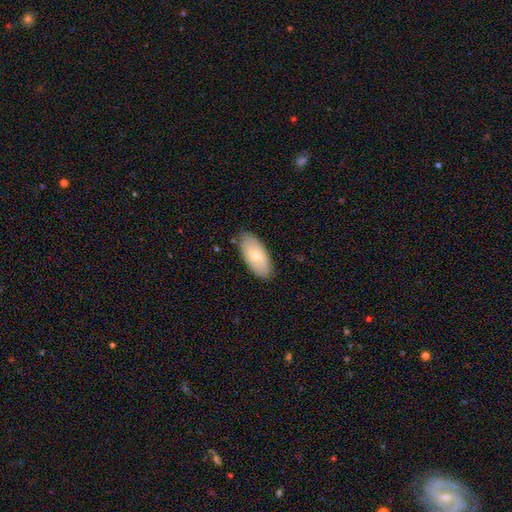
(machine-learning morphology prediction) This is likely a smooth galaxy (66%). How rounded: clearly in between (92%). Merging: clearly none (86%).